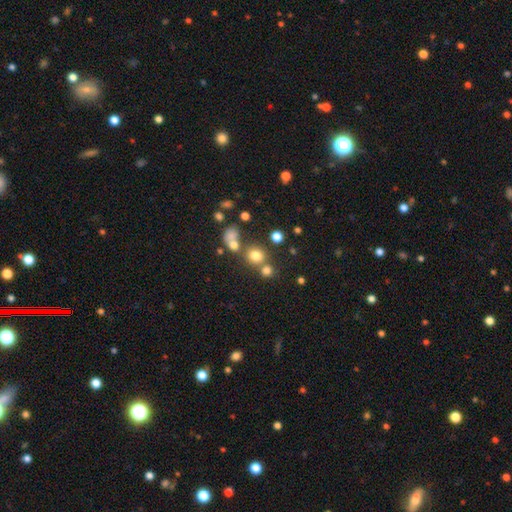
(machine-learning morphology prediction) The model was most divided on "merging": none: 63%, merger: 24%, minor disturbance: 9%, major disturbance: 5%. More confident: how rounded — round (84%); smooth or featured — smooth (74%).